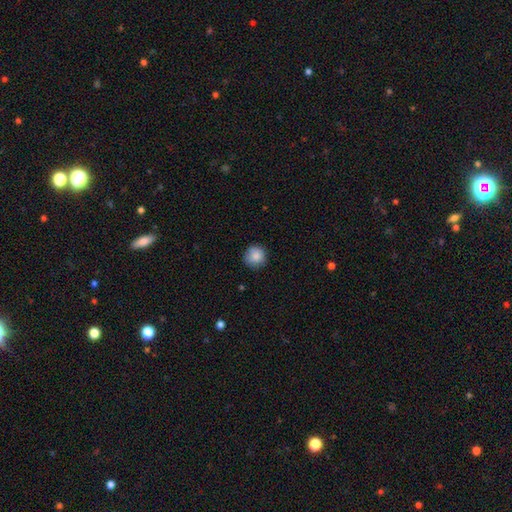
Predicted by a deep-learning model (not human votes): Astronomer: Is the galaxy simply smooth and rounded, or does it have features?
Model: smooth — 87%.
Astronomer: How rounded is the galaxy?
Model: round — 94%.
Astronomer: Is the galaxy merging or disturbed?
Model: none — 86%.